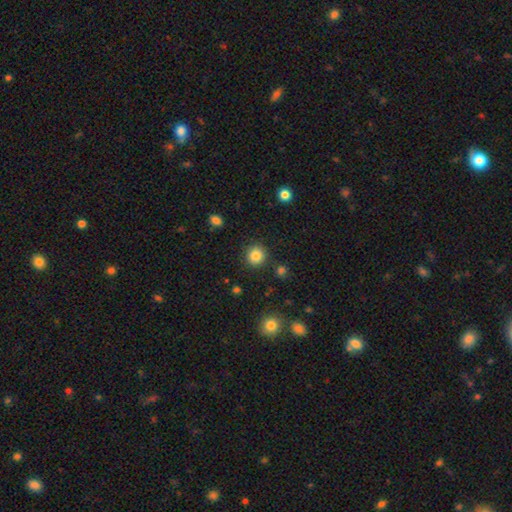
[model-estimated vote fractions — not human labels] A smooth galaxy with no disk features (85%) that is round (92%). Merging: none (90%).